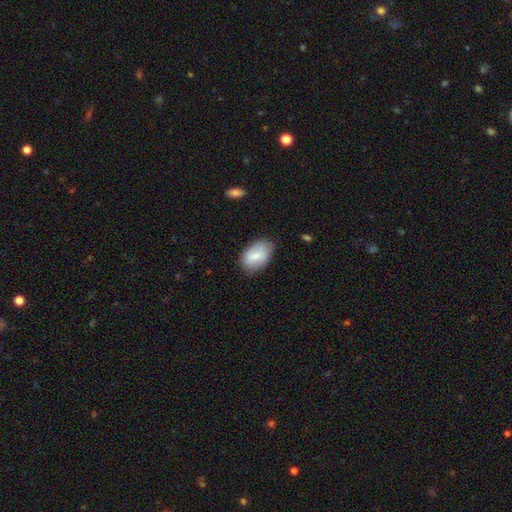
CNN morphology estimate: This is likely a smooth galaxy (76%). How rounded: clearly in between (90%). Merging: likely none (79%).